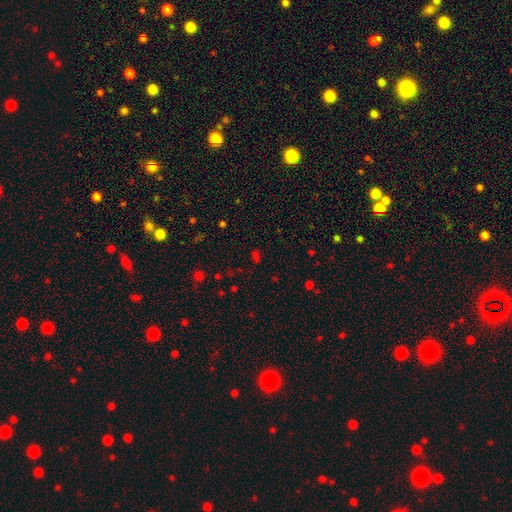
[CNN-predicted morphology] Smooth or featured: star or artifact — 47% (smooth — 46%)